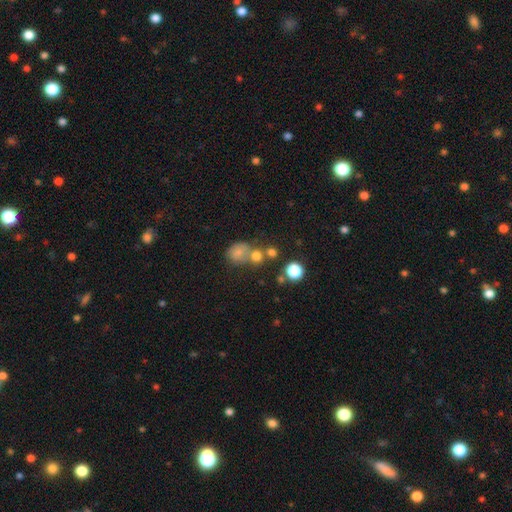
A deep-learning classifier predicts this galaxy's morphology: This is likely a smooth galaxy (62%). How rounded: likely round (75%). Merging: possibly none (46%).